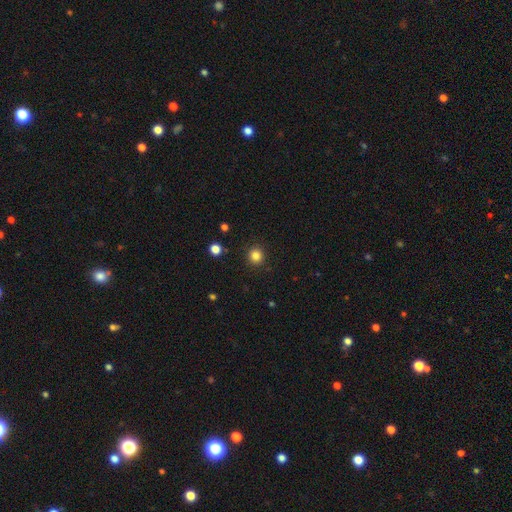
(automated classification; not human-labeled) This is clearly a smooth galaxy (83%). How rounded: clearly round (93%). Merging: clearly none (92%).